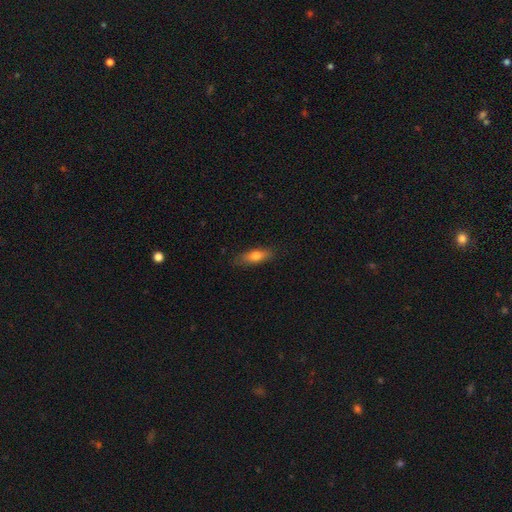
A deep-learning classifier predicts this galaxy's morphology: The model was most divided on "how rounded": in between: 59%, cigar-shaped: 38%, round: 3%. More confident: merging — none (83%); smooth or featured — smooth (72%).